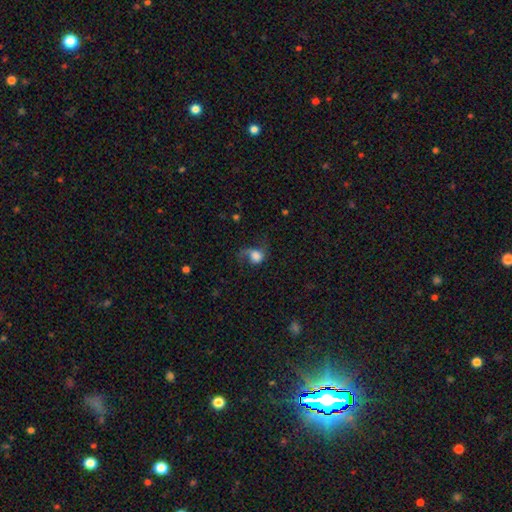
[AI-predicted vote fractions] smooth_or_featured: smooth (p=0.61) [alt: featured or disk p=0.28]
how_rounded: round (p=0.58) [alt: in between p=0.41]
merging: major disturbance (p=0.43) [alt: none p=0.32]